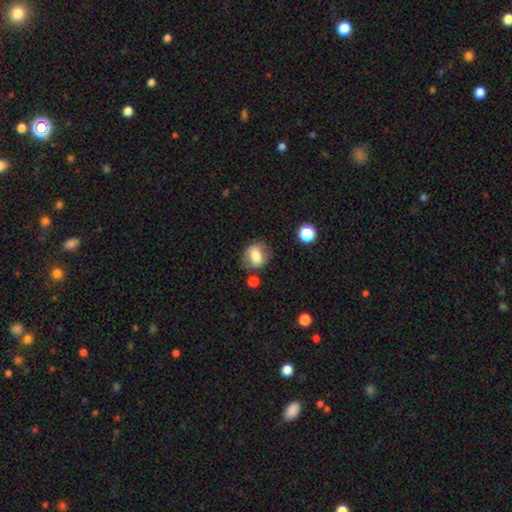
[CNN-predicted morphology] This is likely a smooth galaxy (73%). How rounded: possibly in between (55%). Merging: likely none (67%).